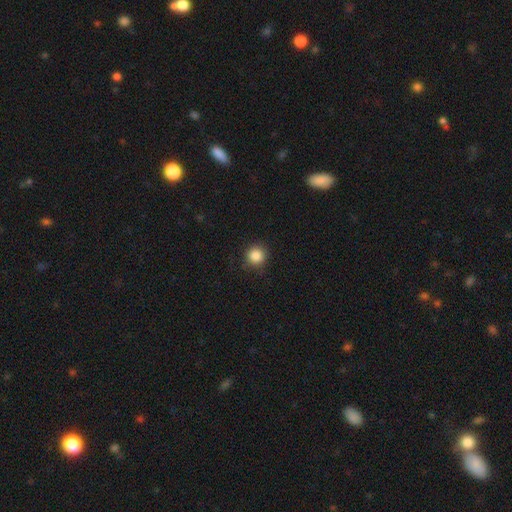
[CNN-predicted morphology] The model was most divided on "smooth or featured": smooth: 86%, star or artifact: 10%, featured or disk: 3%. More confident: how rounded — round (93%); merging — none (89%).